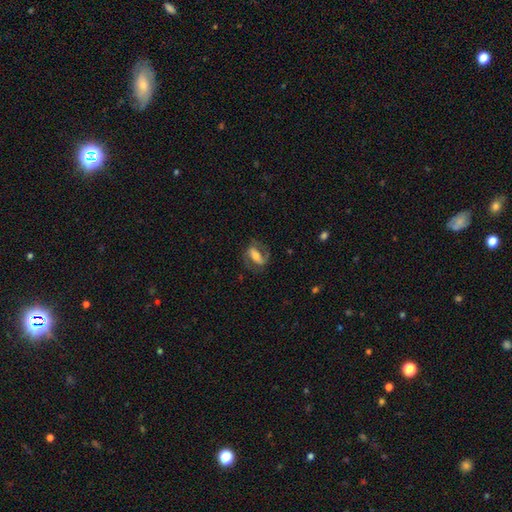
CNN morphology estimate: Smooth or featured?
  - featured or disk: 72% *
  - smooth: 21%
  - star or artifact: 6%
Edge-on disk?
  - no: 94% *
  - yes: 6%
Bar?
  - strong: 56% *
  - weak: 27%
  - no: 17%
Spiral arms?
  - yes: 88% *
  - no: 12%
Spiral winding?
  - medium: 51% *
  - tight: 26%
  - loose: 23%
Spiral arm count?
  - 2: 86% *
  - 1: 6%
  - can't tell: 5%
  - 3: 1%
  - 4: 1%
  - more than 4: 1%
Bulge size?
  - moderate: 50% *
  - small: 30%
  - large: 14%
  - none: 4%
  - dominant: 2%
Merging?
  - none: 71% *
  - minor disturbance: 16%
  - major disturbance: 12%
  - merger: 1%